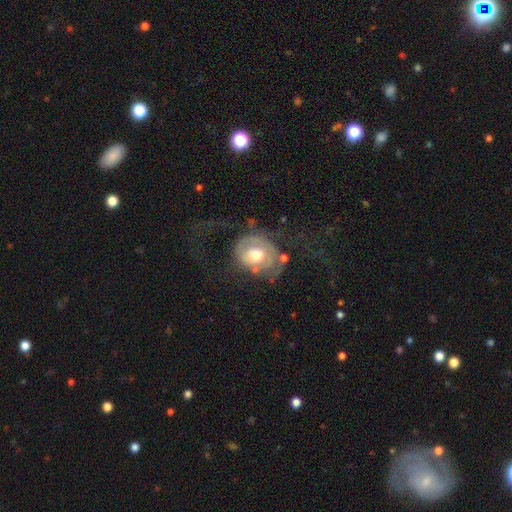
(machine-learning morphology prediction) type=featured or disk (52%); edge-on=no (96%); merging=none (37%, tied with major disturbance).